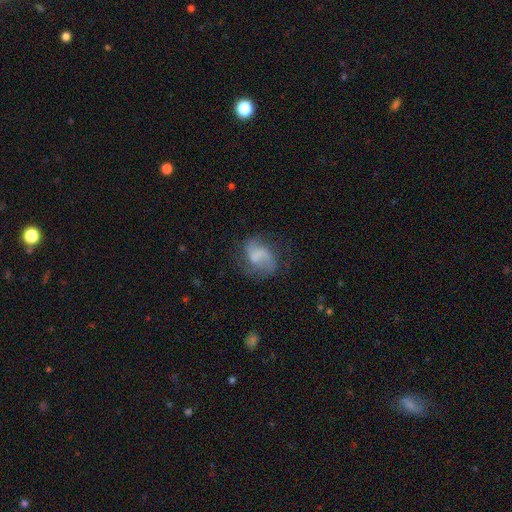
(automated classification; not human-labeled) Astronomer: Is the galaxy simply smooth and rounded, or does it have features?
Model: featured or disk — 62%.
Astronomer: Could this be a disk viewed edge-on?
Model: no — 98%.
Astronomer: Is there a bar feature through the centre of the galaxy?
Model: no — 52% (runner-up: weak, 38%).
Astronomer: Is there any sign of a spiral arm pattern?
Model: yes — 86%.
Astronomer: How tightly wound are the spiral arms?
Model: loose — 52% (runner-up: medium, 36%).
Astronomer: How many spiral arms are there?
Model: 2 — 70%.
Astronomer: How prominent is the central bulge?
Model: none — 53%.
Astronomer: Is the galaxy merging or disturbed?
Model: none — 58%.